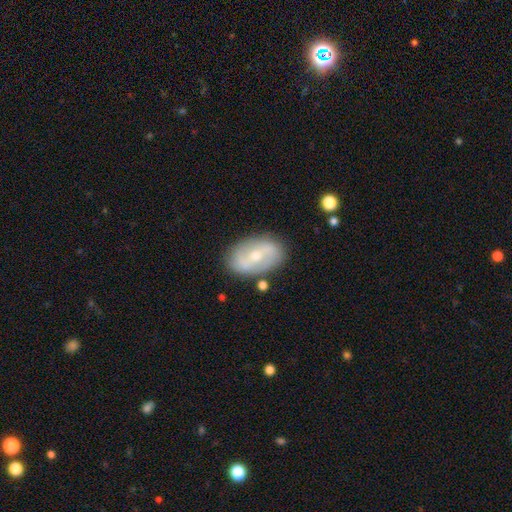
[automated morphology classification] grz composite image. It shows a featured or disk galaxy (63%) with a weak bar (40%), spiral arms (66%) and a small central bulge (50%). Merging: none (81%).